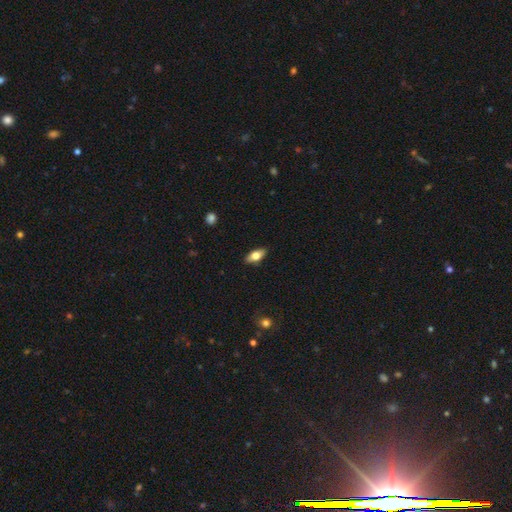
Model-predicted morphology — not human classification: smooth-or-featured: smooth: 69% | featured or disk: 24% | star or artifact: 7%
  how-rounded: in between: 85% | cigar-shaped: 11% | round: 4%
  merging: none: 87% | minor disturbance: 10% | major disturbance: 2% | merger: 1%